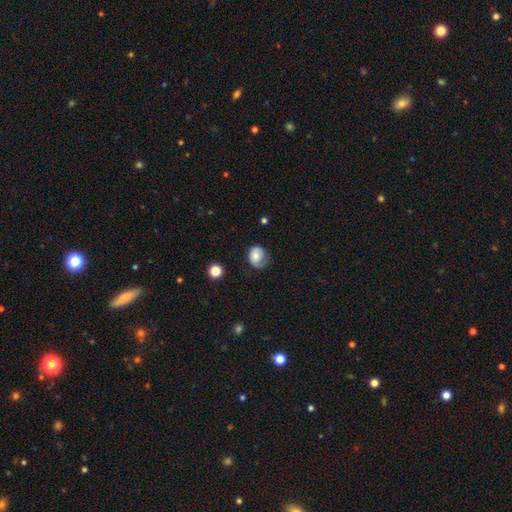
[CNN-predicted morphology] Q: Smooth or featured?
A: smooth (71%); runner-up: featured or disk (20%)
Q: How rounded?
A: round (56%); runner-up: in between (43%)
Q: Merging?
A: none (48%); runner-up: minor disturbance (33%)